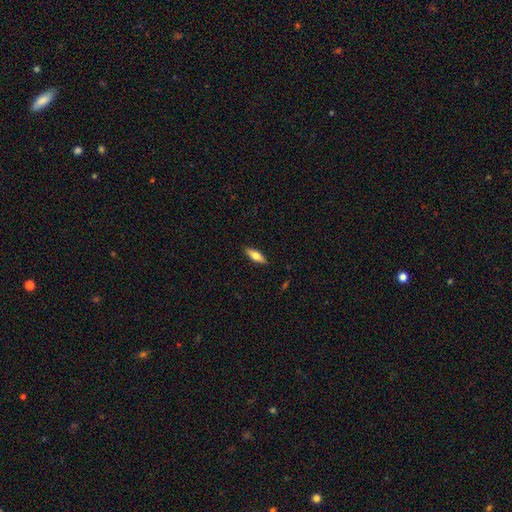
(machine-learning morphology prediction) Smooth or featured? smooth (62%)
How rounded? in between (53%)
Merging? none (89%)